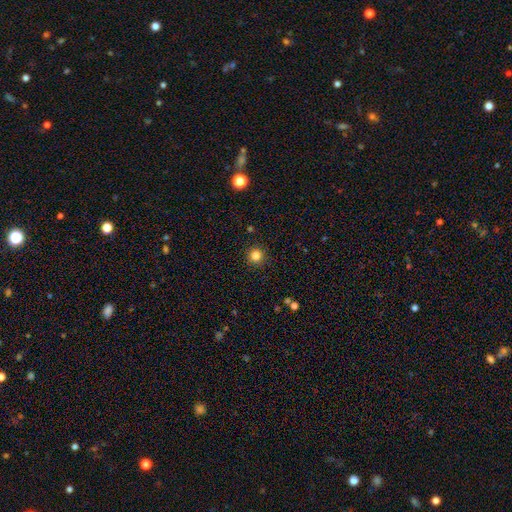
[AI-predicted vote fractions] Smooth or featured? smooth (83%)
How rounded? round (95%)
Merging? none (92%)